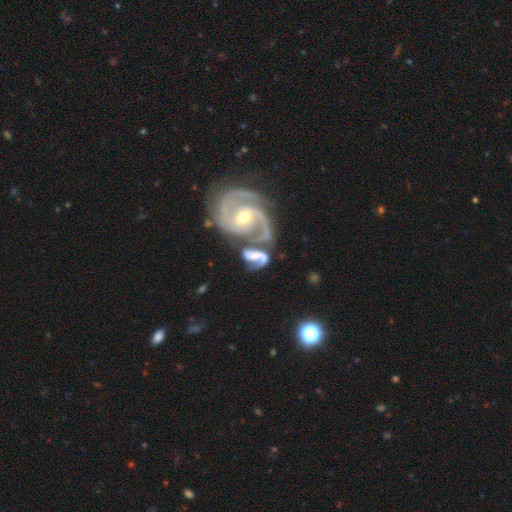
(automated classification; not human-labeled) featured or disk 80%, smooth 13%, star or artifact 6%. Down the decision tree: edge-on disk — no (97%); bar — weak (37%, tied with no); spiral arms — yes (93%); spiral arm count — 2 (85%); spiral winding — medium (47%); bulge size — moderate (55%); merging — merger (54%).